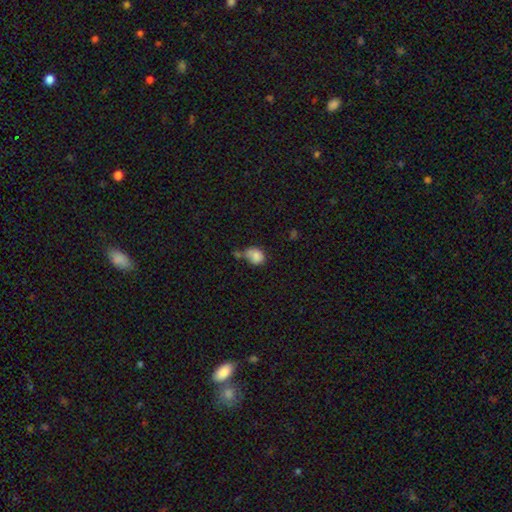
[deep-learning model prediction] Smooth or featured? Predicted: smooth (p=0.83). How rounded? Predicted: round (p=0.54). Merging? Predicted: none (p=0.45).